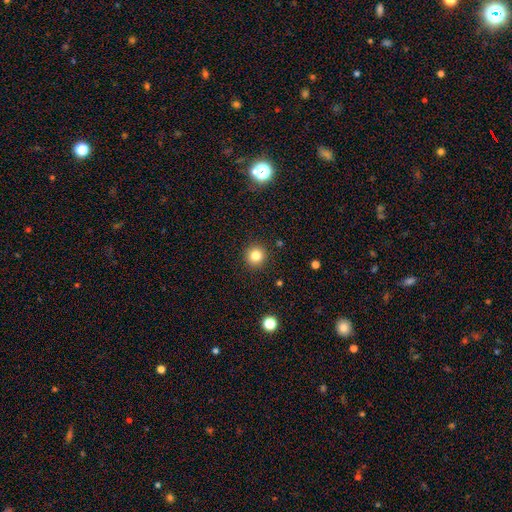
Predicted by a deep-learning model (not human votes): Smooth or featured? smooth (82%)
How rounded? round (94%)
Merging? none (91%)